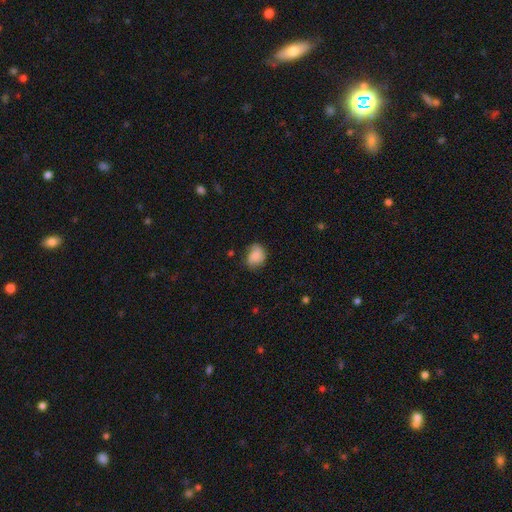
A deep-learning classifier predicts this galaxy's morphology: Smooth or featured?
  - smooth: 75% *
  - featured or disk: 17%
  - star or artifact: 8%
How rounded?
  - round: 51% *
  - in between: 48%
  - cigar-shaped: 1%
Merging?
  - none: 54% *
  - minor disturbance: 33%
  - major disturbance: 11%
  - merger: 2%